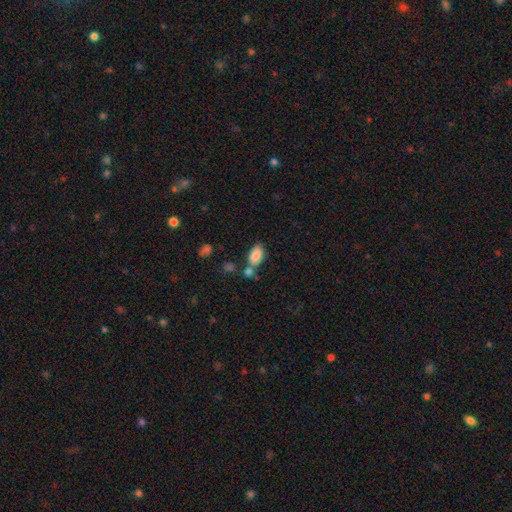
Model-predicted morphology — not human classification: Smooth or featured?
  - smooth: 85% *
  - star or artifact: 8%
  - featured or disk: 7%
How rounded?
  - in between: 92% *
  - round: 4%
  - cigar-shaped: 4%
Merging?
  - none: 53% *
  - merger: 27%
  - minor disturbance: 15%
  - major disturbance: 5%